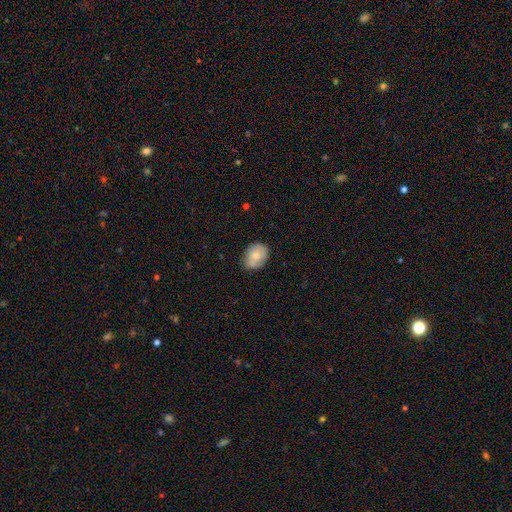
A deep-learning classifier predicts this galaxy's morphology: Smooth or featured?
  - smooth: 76% *
  - featured or disk: 18%
  - star or artifact: 7%
How rounded?
  - in between: 57% *
  - round: 42%
  - cigar-shaped: 1%
Merging?
  - none: 78% *
  - minor disturbance: 18%
  - major disturbance: 3%
  - merger: 1%